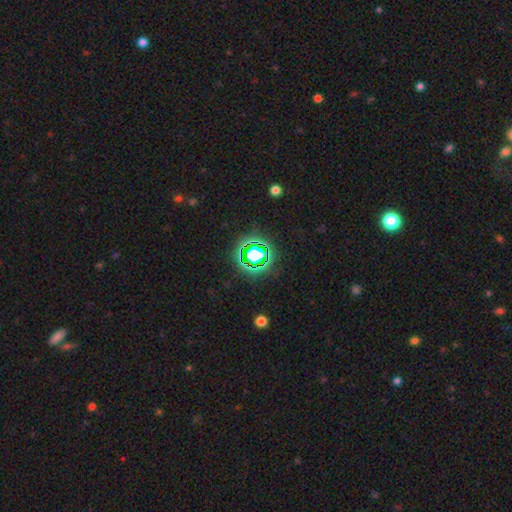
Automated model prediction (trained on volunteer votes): A star or artifact, not a galaxy (72%).

Vote fractions:
- Smooth or featured? star or artifact: 72% / smooth: 16% / featured or disk: 11%